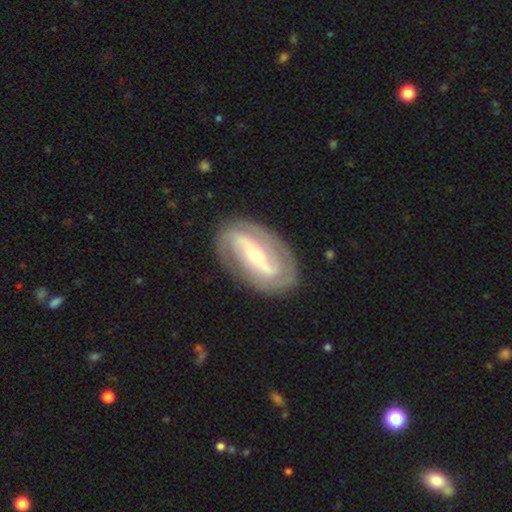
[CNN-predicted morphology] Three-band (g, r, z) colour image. It shows a featured or disk galaxy (84%) with a strong bar (66%), 2 (81%) tight (43%) spiral arms (87%) and a small central bulge (49%). Merging: none (83%).